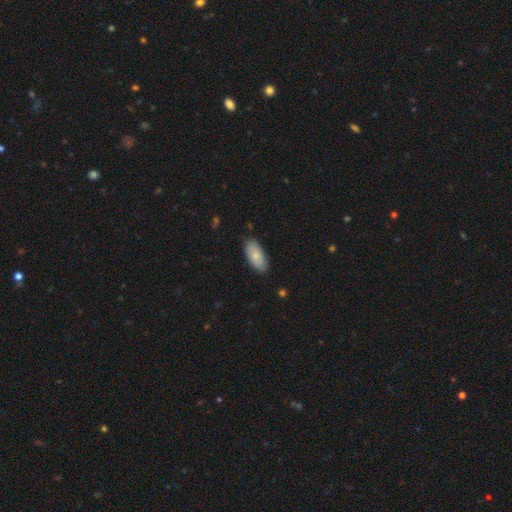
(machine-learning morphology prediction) The model was most divided on "smooth or featured": smooth: 75%, featured or disk: 19%, star or artifact: 6%. More confident: how rounded — in between (92%); merging — none (84%).